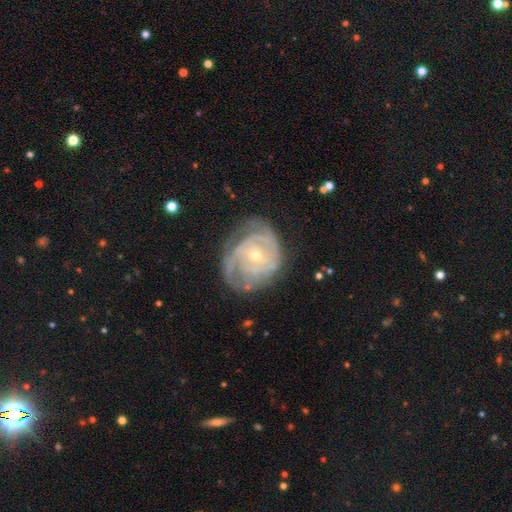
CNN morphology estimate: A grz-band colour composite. It shows a featured or disk galaxy (82%) with no bar (75%), tight (67%) spiral arms (87%) and a small central bulge (58%). Merging: none (58%).